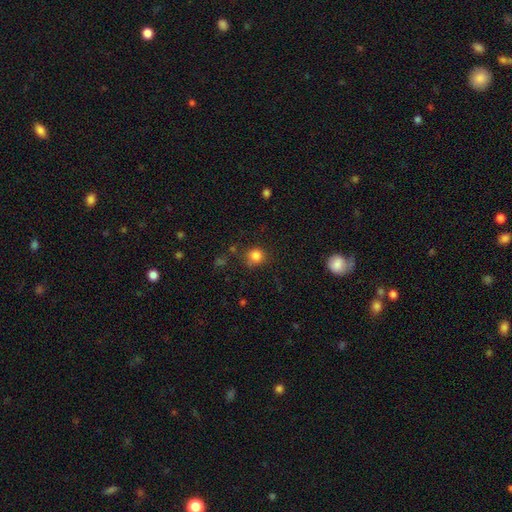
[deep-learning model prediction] Overall: smooth (83%). How rounded: round (86%). Merging: none (72%).